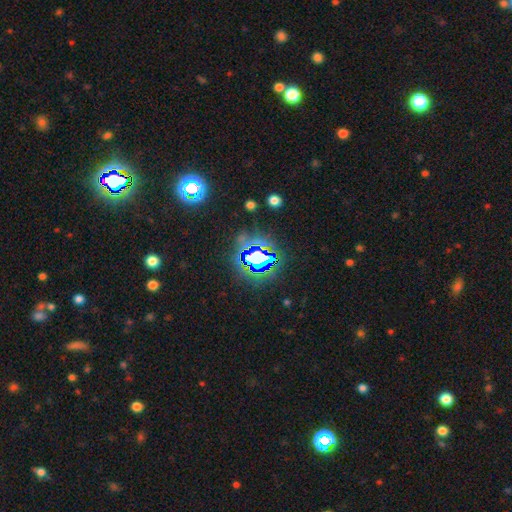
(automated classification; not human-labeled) Overall: star or artifact (79%).